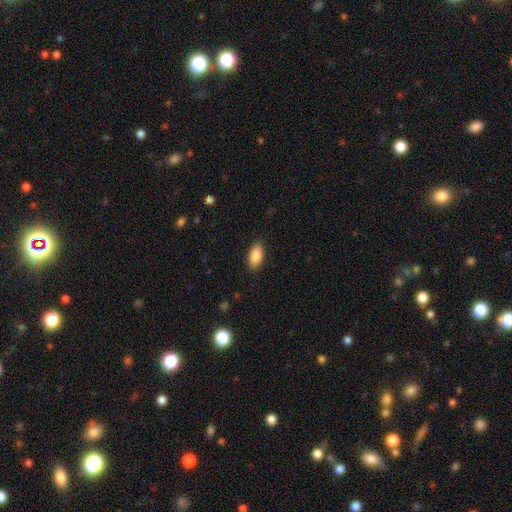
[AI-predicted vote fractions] Overall: smooth (88%). How rounded: in between (92%). Merging: none (88%).